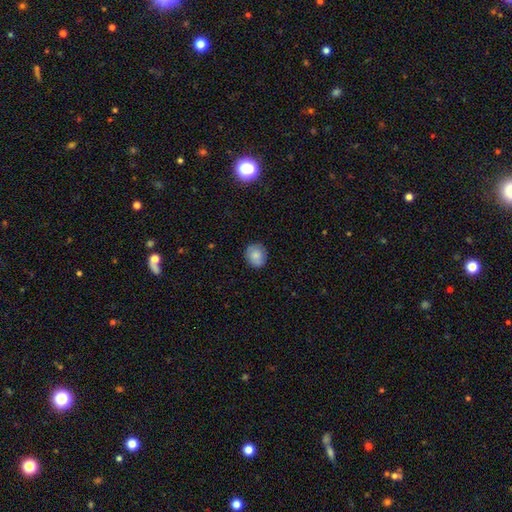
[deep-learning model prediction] The model was most divided on "how rounded": round: 71%, in between: 28%, cigar-shaped: 1%. More confident: merging — none (86%); smooth or featured — smooth (82%).